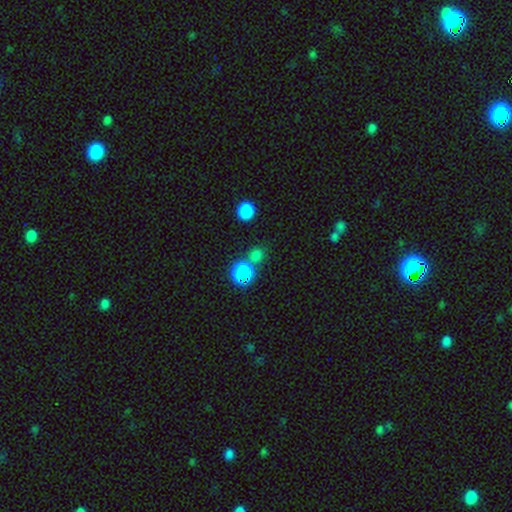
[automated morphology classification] Smooth or featured? Predicted: smooth (p=0.68). How rounded? Predicted: round (p=0.83). Merging? Predicted: none (p=0.71).